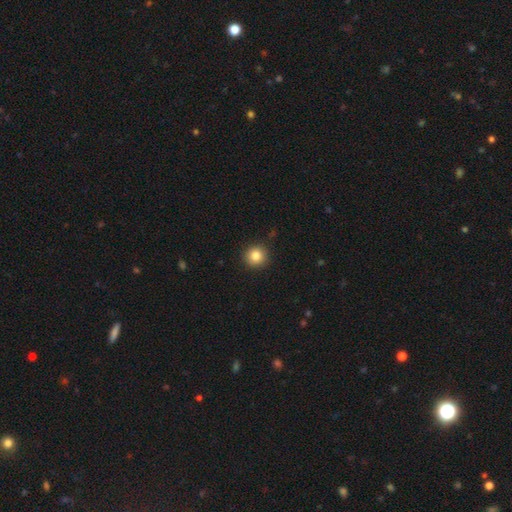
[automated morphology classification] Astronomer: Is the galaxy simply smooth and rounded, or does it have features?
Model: smooth — 84%.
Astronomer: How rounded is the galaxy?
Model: round — 93%.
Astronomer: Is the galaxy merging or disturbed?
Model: none — 91%.